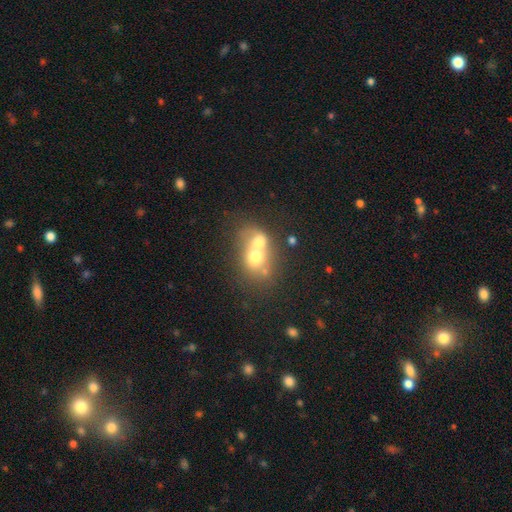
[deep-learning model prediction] This appears to be a smooth galaxy with no disk features (60%) that is round (58%). Merging: merger (72%).